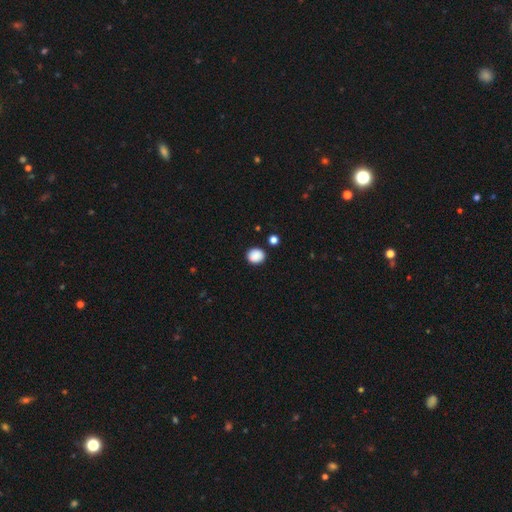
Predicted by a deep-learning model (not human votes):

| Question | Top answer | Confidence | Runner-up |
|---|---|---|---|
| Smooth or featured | smooth | 89% | star or artifact (9%) |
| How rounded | round | 76% | in between (23%) |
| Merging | none | 87% | minor disturbance (8%) |